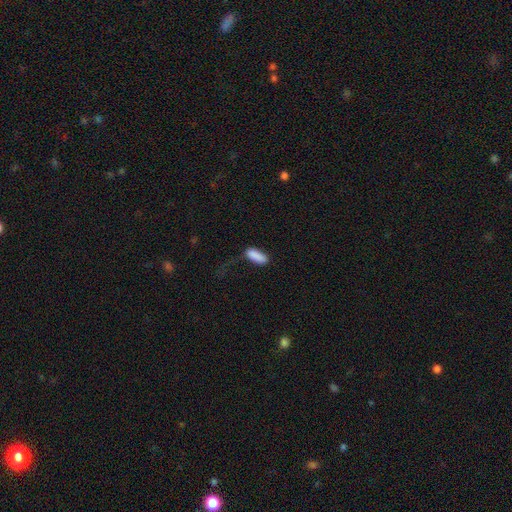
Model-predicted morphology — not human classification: Smooth or featured?
  - smooth: 87% *
  - star or artifact: 7%
  - featured or disk: 6%
How rounded?
  - in between: 75% *
  - cigar-shaped: 23%
  - round: 2%
Merging?
  - none: 49% *
  - minor disturbance: 27%
  - major disturbance: 20%
  - merger: 4%